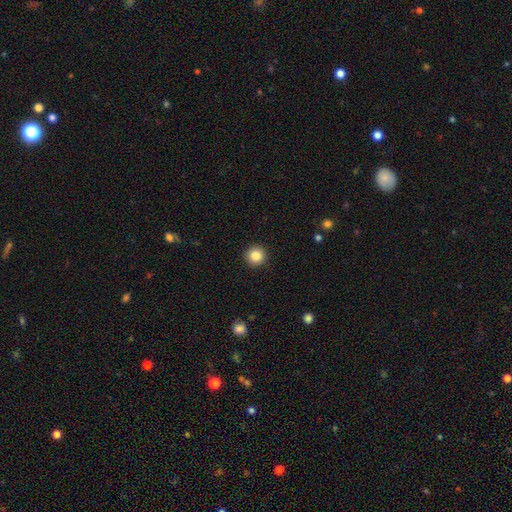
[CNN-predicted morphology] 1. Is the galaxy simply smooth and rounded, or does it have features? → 86% smooth, 10% star or artifact, 5% featured or disk.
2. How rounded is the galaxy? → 95% round, 4% in between, 1% cigar-shaped.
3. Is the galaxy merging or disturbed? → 93% none, 5% minor disturbance, 2% major disturbance, 1% merger.